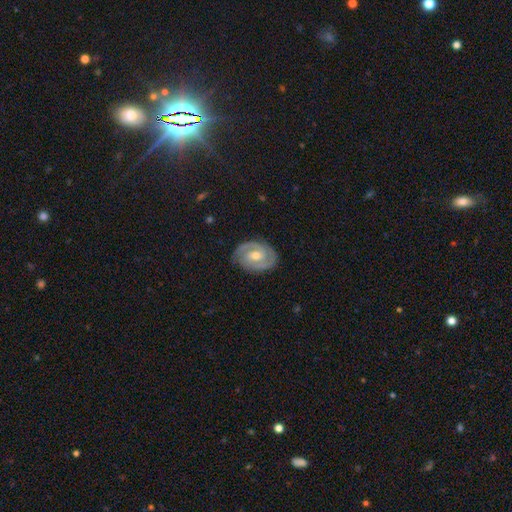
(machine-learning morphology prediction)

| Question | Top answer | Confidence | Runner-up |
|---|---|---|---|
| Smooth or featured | featured or disk | 87% | smooth (8%) |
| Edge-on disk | no | 97% | yes (3%) |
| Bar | weak | 45% | no (40%) |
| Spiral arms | yes | 96% | no (4%) |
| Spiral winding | tight | 61% | medium (33%) |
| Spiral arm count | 2 | 88% | can't tell (5%) |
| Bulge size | moderate | 66% | small (30%) |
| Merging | none | 85% | minor disturbance (11%) |